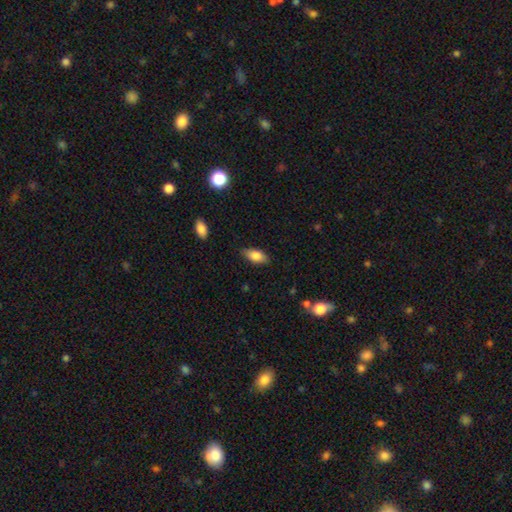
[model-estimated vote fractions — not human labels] Q: Smooth or featured?
A: smooth (79%); runner-up: featured or disk (14%)
Q: How rounded?
A: in between (86%); runner-up: cigar-shaped (11%)
Q: Merging?
A: none (83%); runner-up: minor disturbance (14%)